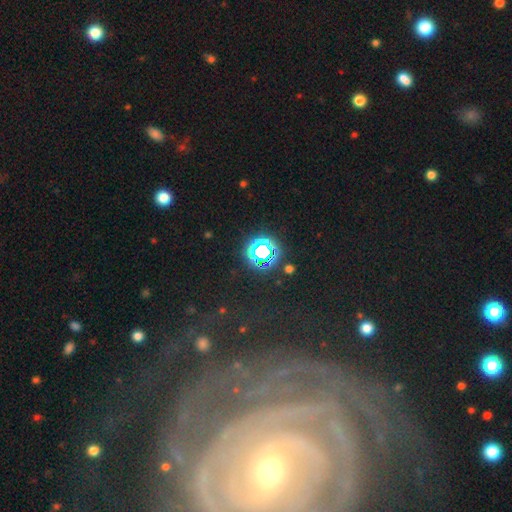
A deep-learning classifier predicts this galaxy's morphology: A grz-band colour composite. It shows a star or artifact, not a galaxy (71%).